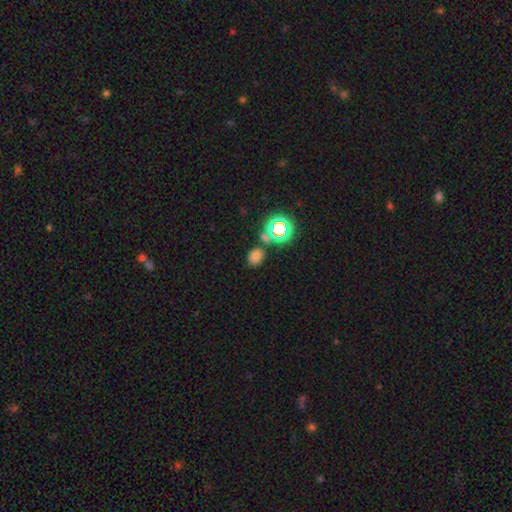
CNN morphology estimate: This appears to be a smooth galaxy with no disk features (68%) that is in between round and cigar-shaped (57%). Merging: none (74%).